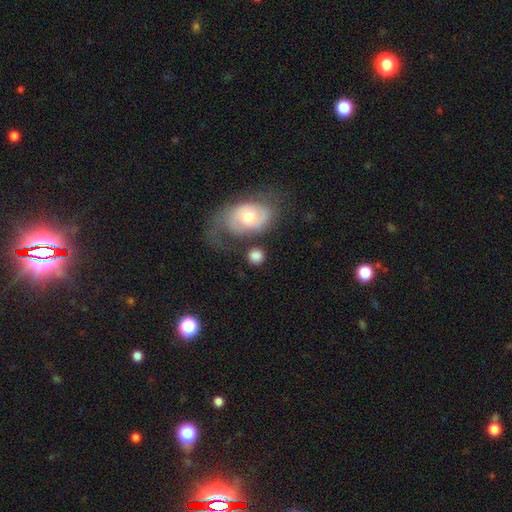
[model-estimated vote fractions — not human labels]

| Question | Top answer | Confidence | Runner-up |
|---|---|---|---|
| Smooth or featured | smooth | 77% | featured or disk (16%) |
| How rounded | round | 75% | in between (23%) |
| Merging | none | 63% | minor disturbance (14%) |